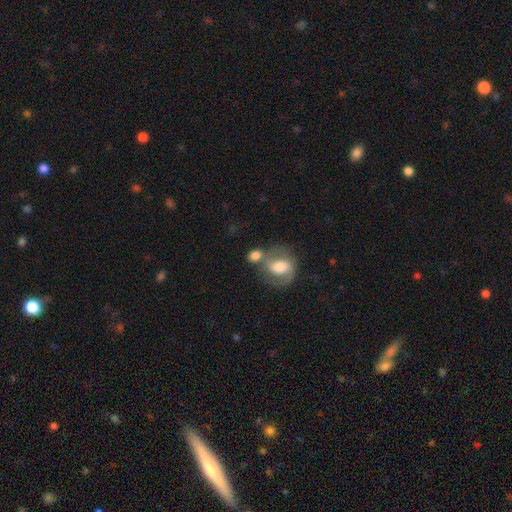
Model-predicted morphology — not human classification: Overall: smooth (62%; featured or disk 30%). How rounded: round (53%; in between 44%). Merging: merger (40%; none 39%).